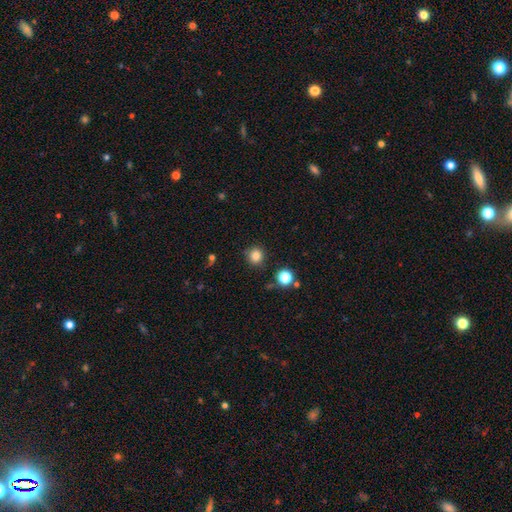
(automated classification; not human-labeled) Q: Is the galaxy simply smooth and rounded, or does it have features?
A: smooth — 84%.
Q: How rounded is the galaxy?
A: round — 90%.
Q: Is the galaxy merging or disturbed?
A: none — 85%.